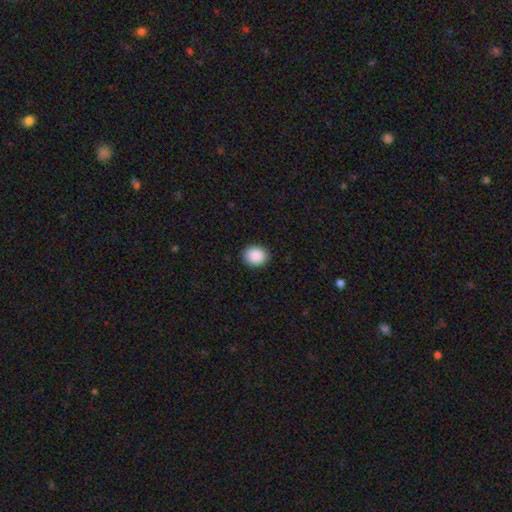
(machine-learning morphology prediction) Smooth or featured? smooth (90%)
How rounded? round (59%)
Merging? none (91%)